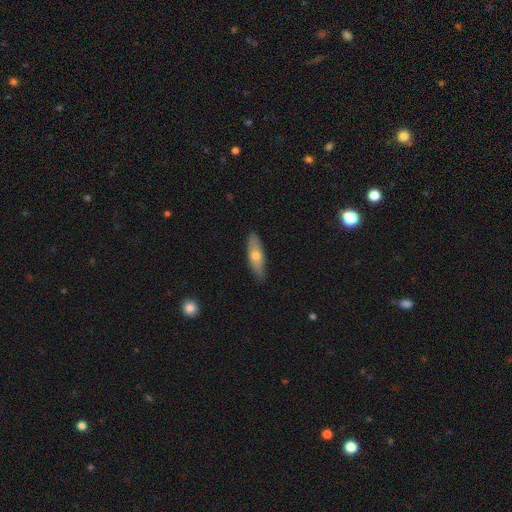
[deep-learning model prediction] smooth_or_featured: smooth (p=0.60) [alt: featured or disk p=0.34]
how_rounded: cigar-shaped (p=0.52) [alt: in between p=0.46]
merging: none (p=0.85) [alt: minor disturbance p=0.11]